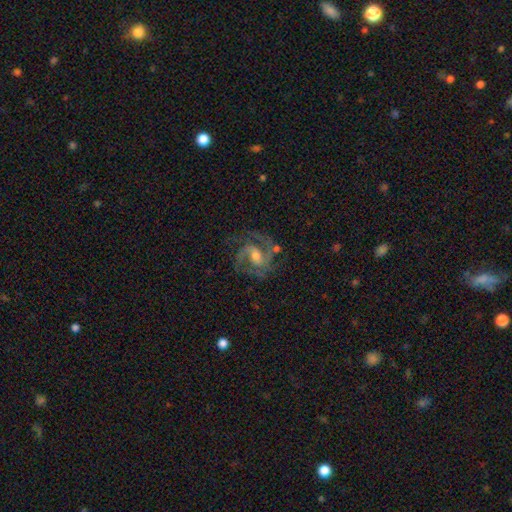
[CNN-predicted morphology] The model was most divided on "bulge size": moderate: 53%, small: 37%, large: 5%, none: 4%, dominant: 1%. More confident: edge-on disk — no (98%); spiral arms — yes (97%); smooth or featured — featured or disk (89%); merging — none (70%); spiral arm count — 2 (60%); spiral winding — medium (56%); bar — weak (52%).